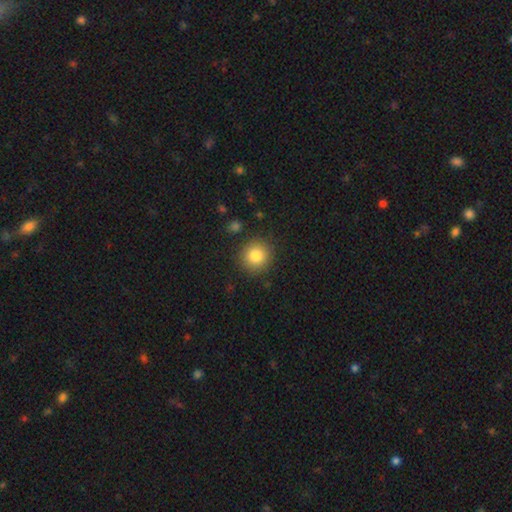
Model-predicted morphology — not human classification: smooth-or-featured: smooth: 83% | star or artifact: 10% | featured or disk: 7%
  how-rounded: round: 92% | in between: 7% | cigar-shaped: 1%
  merging: none: 89% | minor disturbance: 7% | major disturbance: 2% | merger: 2%